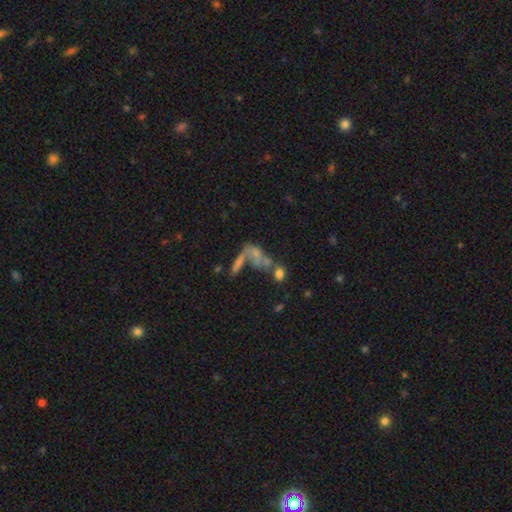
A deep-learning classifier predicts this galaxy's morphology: Smooth or featured: smooth — 44% (featured or disk — 36%)
Merging: merger — 47% (none — 25%)